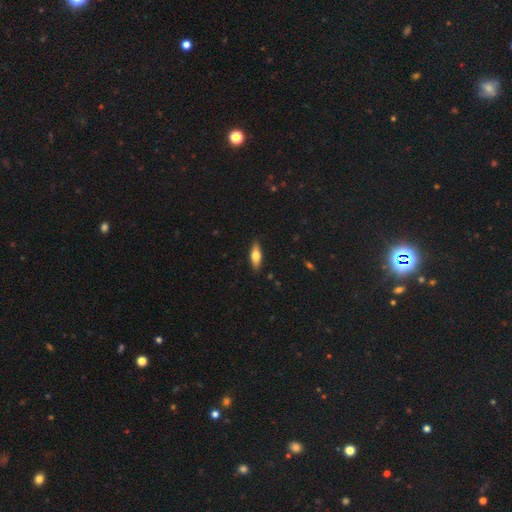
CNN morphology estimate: This appears to be a smooth galaxy with no disk features (60%) that is in between round and cigar-shaped (62%). Merging: none (87%).